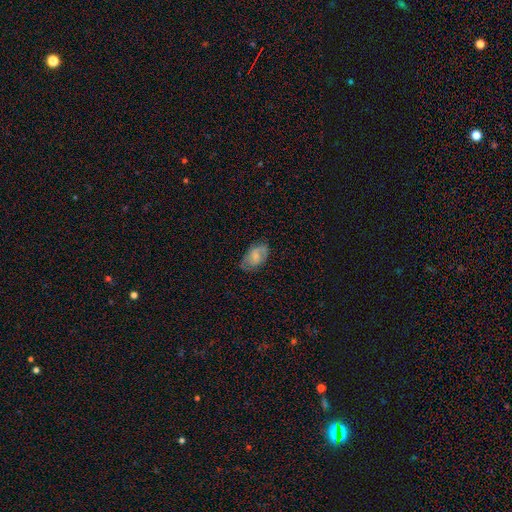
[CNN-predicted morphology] smooth_or_featured: smooth (p=0.55) [alt: featured or disk p=0.37]
how_rounded: in between (p=0.91) [alt: round p=0.08]
merging: none (p=0.67) [alt: minor disturbance p=0.24]